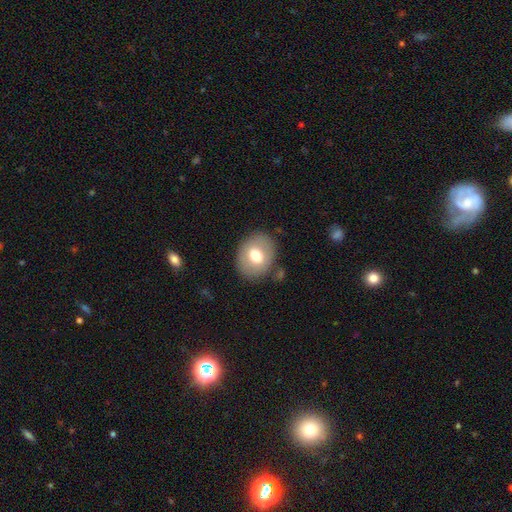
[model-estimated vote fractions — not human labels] This appears to be a smooth galaxy with no disk features (69%) that is in between round and cigar-shaped (51%). Merging: none (83%).